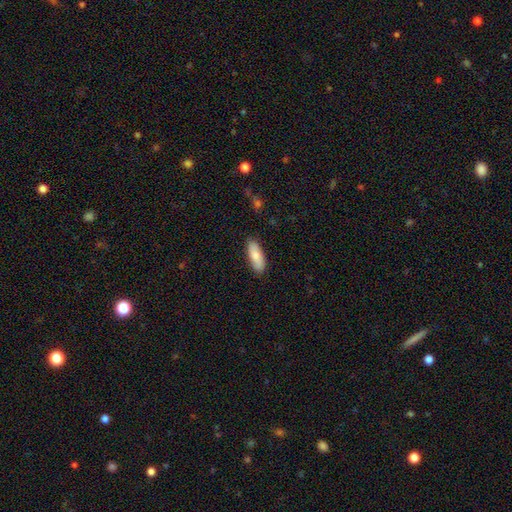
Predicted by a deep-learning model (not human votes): Smooth or featured?
  - smooth: 83% *
  - featured or disk: 12%
  - star or artifact: 5%
How rounded?
  - in between: 71% *
  - cigar-shaped: 27%
  - round: 2%
Merging?
  - none: 85% *
  - minor disturbance: 12%
  - major disturbance: 2%
  - merger: 1%